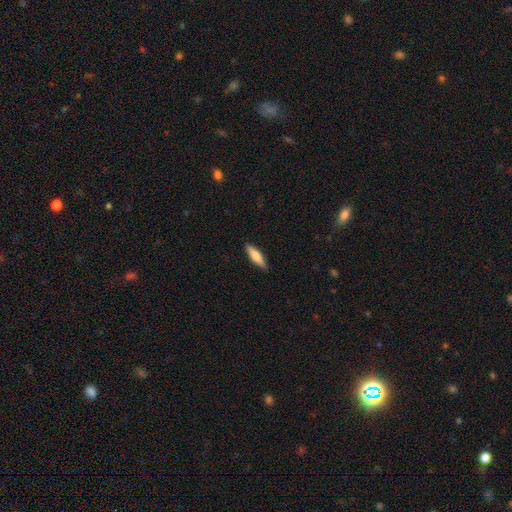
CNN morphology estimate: The model was most divided on "smooth or featured": smooth: 61%, featured or disk: 33%, star or artifact: 6%. More confident: merging — none (89%); how rounded — cigar-shaped (70%).